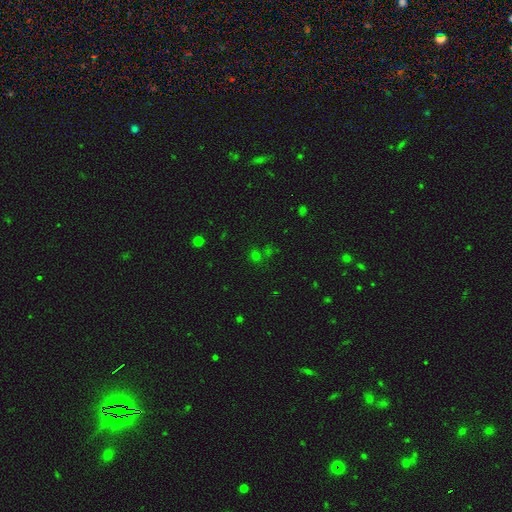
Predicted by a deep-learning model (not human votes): Smooth or featured? Predicted: smooth (p=0.51). How rounded? Predicted: round (p=0.81). Merging? Predicted: none (p=0.68).